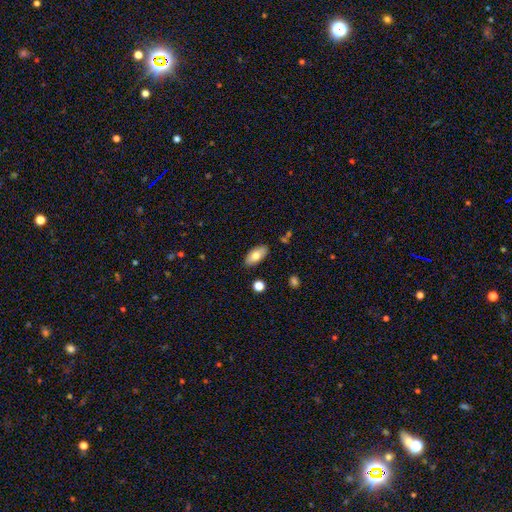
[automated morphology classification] A smooth galaxy with no disk features (73%) that is in between round and cigar-shaped (88%). Merging: none (86%).